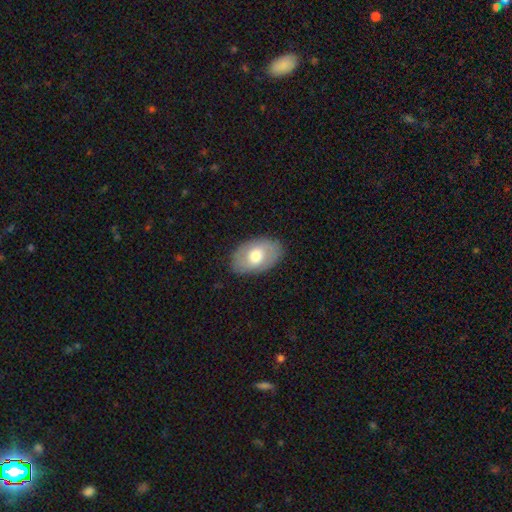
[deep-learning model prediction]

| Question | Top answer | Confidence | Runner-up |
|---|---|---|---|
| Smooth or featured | smooth | 62% | featured or disk (32%) |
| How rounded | in between | 90% | round (9%) |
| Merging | none | 84% | minor disturbance (12%) |